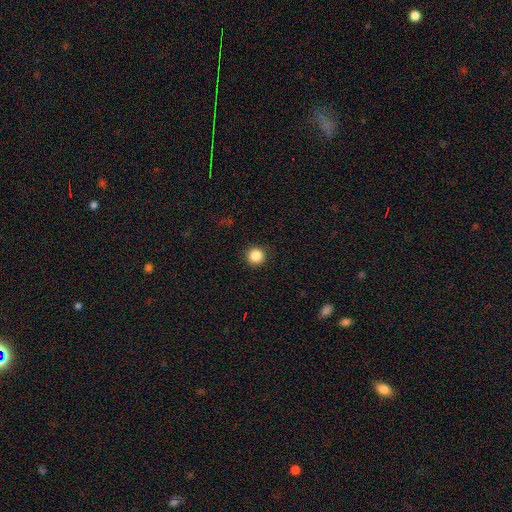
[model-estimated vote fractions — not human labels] The model was most divided on "smooth or featured": smooth: 86%, star or artifact: 10%, featured or disk: 4%. More confident: how rounded — round (95%); merging — none (92%).